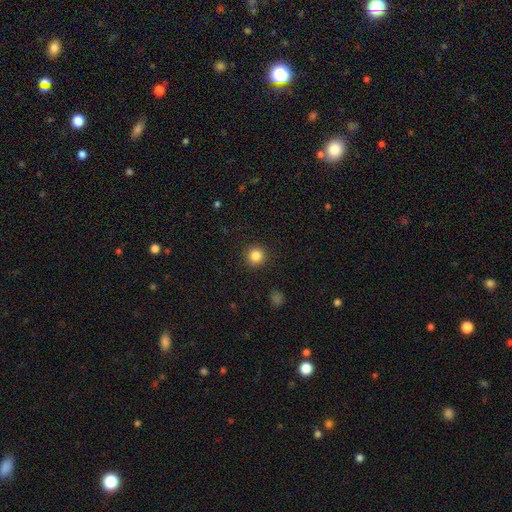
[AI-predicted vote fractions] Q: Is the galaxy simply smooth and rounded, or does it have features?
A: smooth — 84%.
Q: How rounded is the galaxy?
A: round — 95%.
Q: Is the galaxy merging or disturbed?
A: none — 91%.